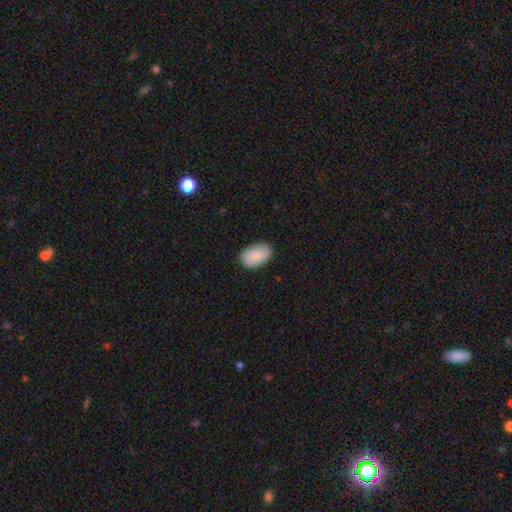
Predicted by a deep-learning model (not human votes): Morphology: type=smooth (85%); roundness=in between (90%); merging=none (85%).